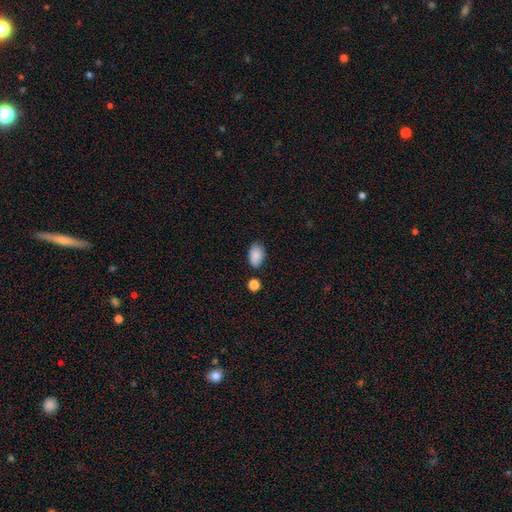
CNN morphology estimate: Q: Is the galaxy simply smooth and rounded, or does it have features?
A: smooth — 88%.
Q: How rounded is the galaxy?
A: in between — 90%.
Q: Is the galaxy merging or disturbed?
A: none — 77%.